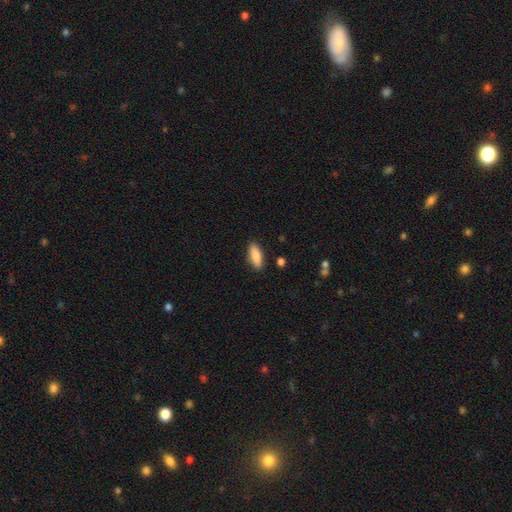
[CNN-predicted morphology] The model was most divided on "how rounded": in between: 65%, cigar-shaped: 33%, round: 2%. More confident: merging — none (87%); smooth or featured — smooth (85%).